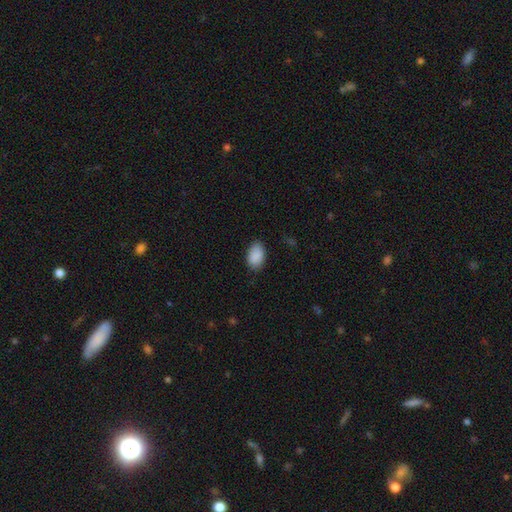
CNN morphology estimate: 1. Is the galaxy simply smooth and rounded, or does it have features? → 90% smooth, 7% star or artifact, 3% featured or disk.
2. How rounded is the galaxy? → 91% in between, 8% round, 1% cigar-shaped.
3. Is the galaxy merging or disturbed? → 83% none, 13% minor disturbance, 3% major disturbance, 1% merger.